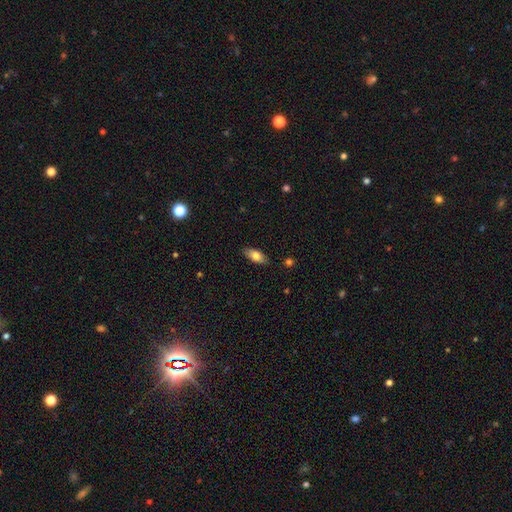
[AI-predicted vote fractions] smooth_or_featured: smooth (p=0.79) [alt: featured or disk p=0.15]
how_rounded: in between (p=0.85) [alt: cigar-shaped p=0.12]
merging: none (p=0.86) [alt: minor disturbance p=0.11]